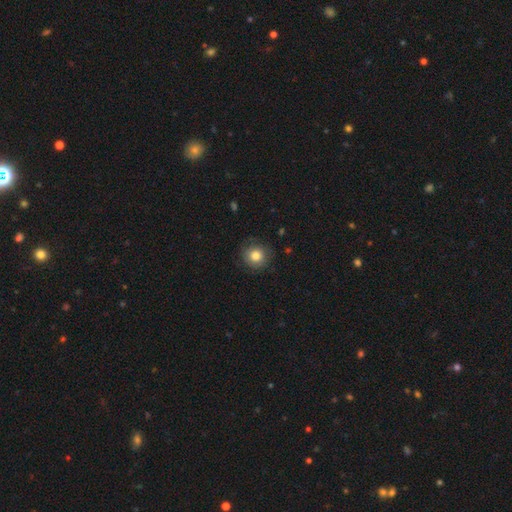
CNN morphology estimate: The model was most divided on "smooth or featured": smooth: 81%, star or artifact: 10%, featured or disk: 9%. More confident: how rounded — round (92%); merging — none (84%).